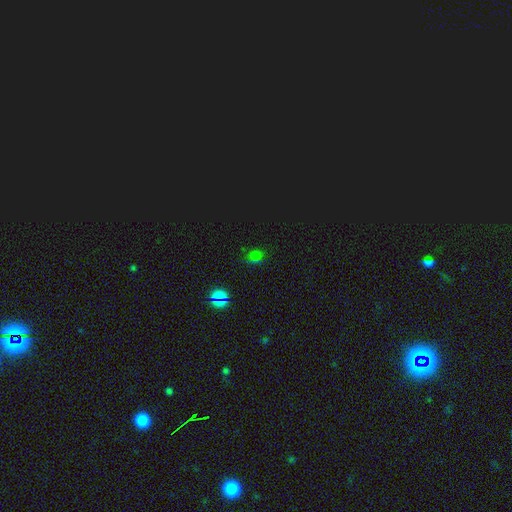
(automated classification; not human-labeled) Q: Smooth or featured?
A: star or artifact (51%); runner-up: smooth (41%)